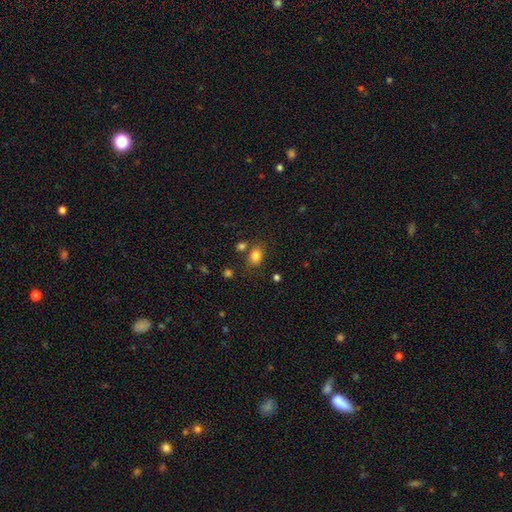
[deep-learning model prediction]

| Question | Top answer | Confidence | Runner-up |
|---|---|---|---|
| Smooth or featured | smooth | 82% | star or artifact (11%) |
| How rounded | in between | 70% | round (28%) |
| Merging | none | 71% | minor disturbance (13%) |